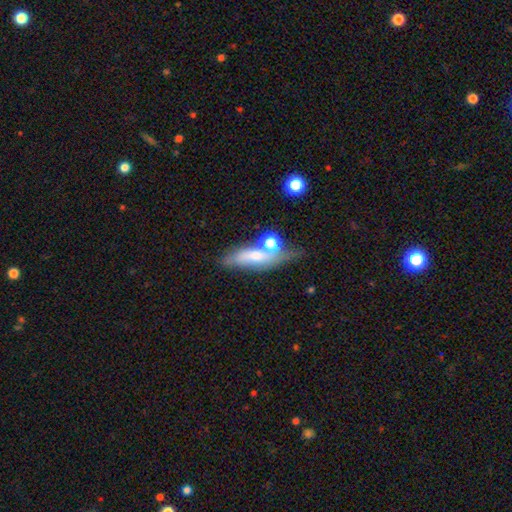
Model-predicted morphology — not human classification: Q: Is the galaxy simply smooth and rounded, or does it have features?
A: smooth — 50%.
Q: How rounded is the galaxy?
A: in between — 50%.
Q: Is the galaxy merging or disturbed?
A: none — 40%.